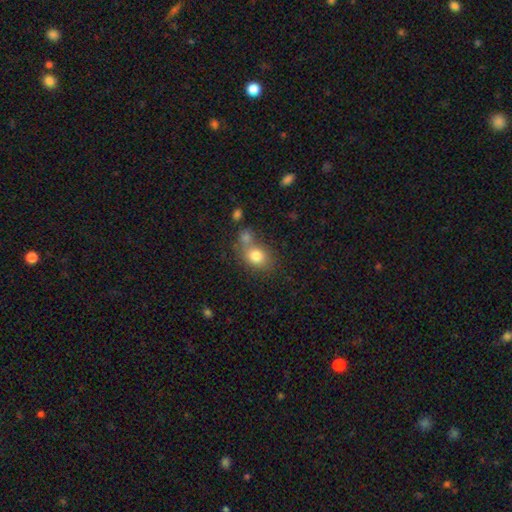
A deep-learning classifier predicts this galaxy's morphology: Q: Smooth or featured?
A: smooth (79%); runner-up: featured or disk (10%)
Q: How rounded?
A: round (55%); runner-up: in between (44%)
Q: Merging?
A: none (46%); runner-up: merger (35%)